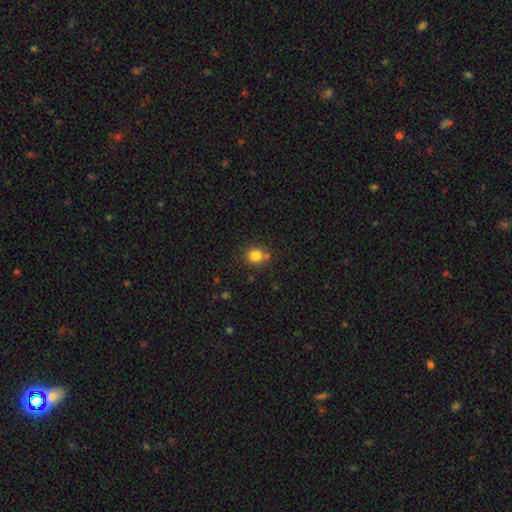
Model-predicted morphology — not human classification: smooth-or-featured: smooth: 81% | star or artifact: 12% | featured or disk: 6%
  how-rounded: round: 86% | in between: 13% | cigar-shaped: 1%
  merging: none: 72% | merger: 13% | minor disturbance: 11% | major disturbance: 3%